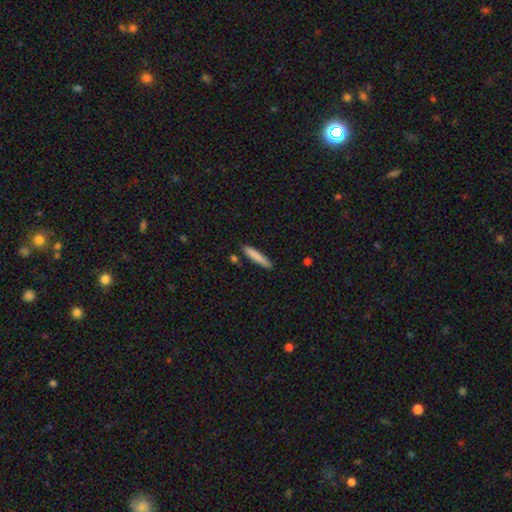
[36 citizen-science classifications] Smooth or featured? 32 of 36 (89%) said smooth. How rounded? 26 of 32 (81%) said cigar-shaped. Merging? 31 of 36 (86%) said none.